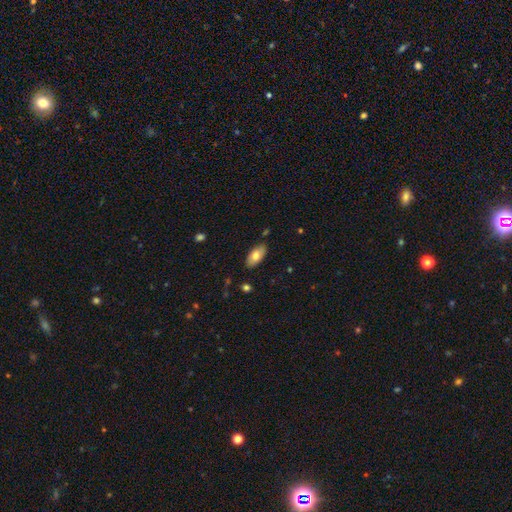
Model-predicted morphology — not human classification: type=smooth (74%); roundness=in between (92%); merging=none (84%).